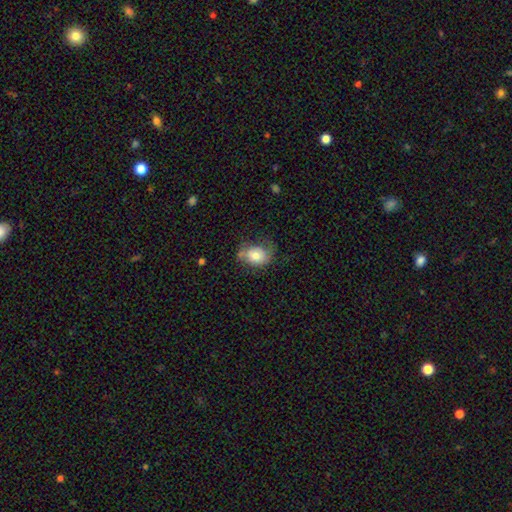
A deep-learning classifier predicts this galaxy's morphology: Smooth or featured? Predicted: smooth (p=0.69). How rounded? Predicted: in between (p=0.63). Merging? Predicted: none (p=0.48).